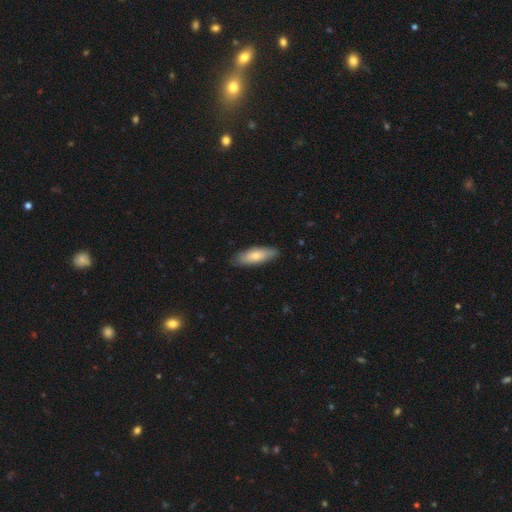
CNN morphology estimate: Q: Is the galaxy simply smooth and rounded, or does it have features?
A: smooth — 72%.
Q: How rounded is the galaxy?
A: in between — 62%.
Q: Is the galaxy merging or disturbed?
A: none — 84%.